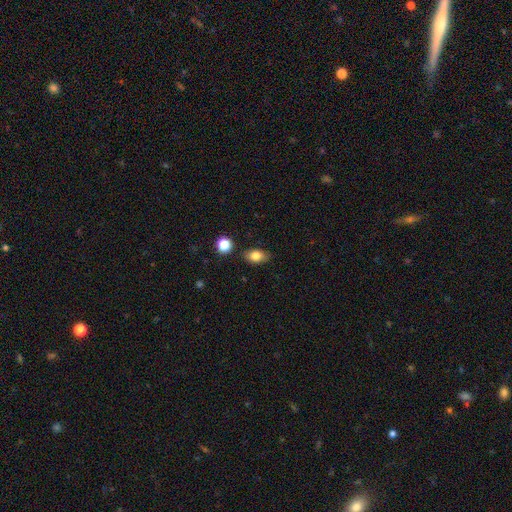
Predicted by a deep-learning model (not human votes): The model was most divided on "merging": none: 82%, minor disturbance: 12%, merger: 3%, major disturbance: 2%. More confident: how rounded — in between (85%); smooth or featured — smooth (81%).